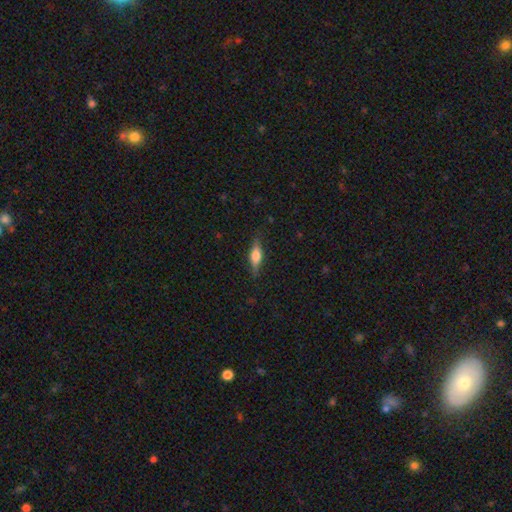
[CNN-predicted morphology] A featured or disk galaxy (47%). Merging: none (84%).